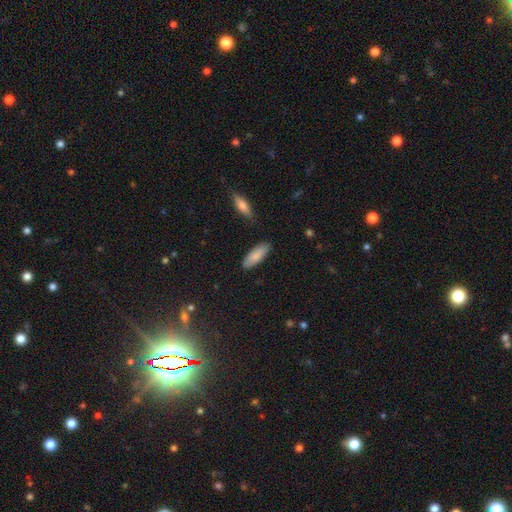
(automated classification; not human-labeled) Overall: smooth (85%). How rounded: in between (70%). Merging: none (86%).